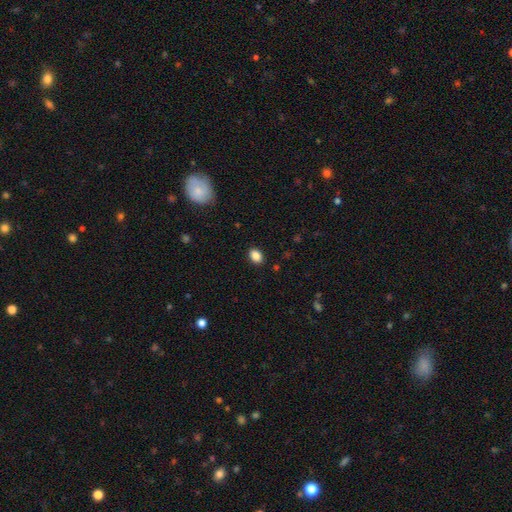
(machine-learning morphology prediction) The model was most divided on "how rounded": in between: 74%, round: 25%, cigar-shaped: 1%. More confident: merging — none (89%); smooth or featured — smooth (87%).